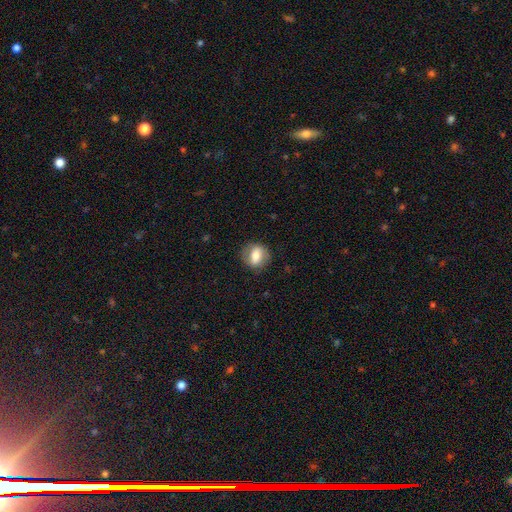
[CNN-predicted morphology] Smooth or featured? smooth (61%)
How rounded? round (58%)
Merging? none (79%)